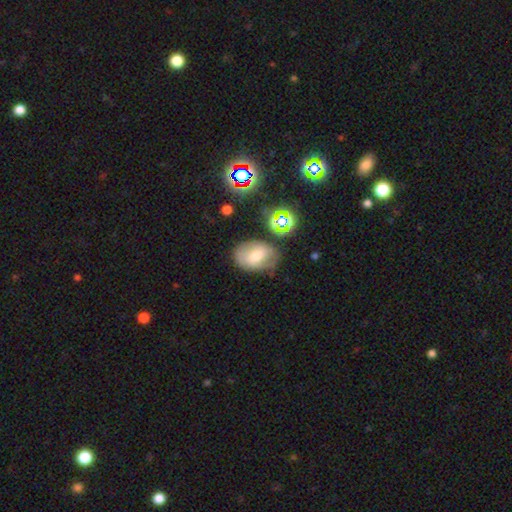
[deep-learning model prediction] smooth 59%, featured or disk 29%, star or artifact 12%. Down the decision tree: how rounded — in between (78%); merging — none (63%).